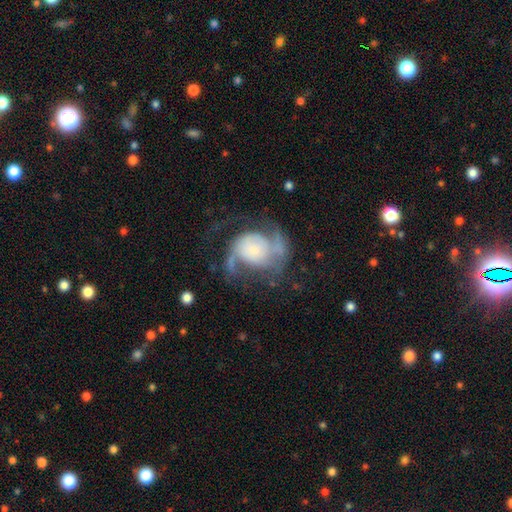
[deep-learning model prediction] A featured or disk galaxy (81%) with no bar (71%), 2 (71%) medium (46%) spiral arms (93%) and a small central bulge (38%). Merging: none (50%).